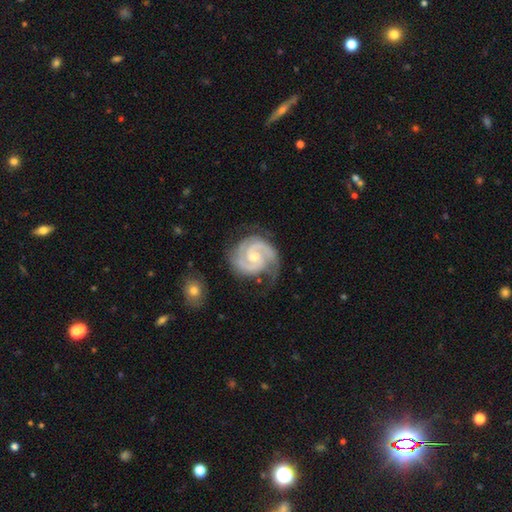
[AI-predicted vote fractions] Smooth or featured: featured or disk — 93% (star or artifact — 4%)
Edge-on disk: no — 98% (yes — 2%)
Bar: no — 53% (weak — 38%)
Spiral arms: yes — 99% (no — 1%)
Spiral winding: tight — 60% (medium — 36%)
Spiral arm count: 2 — 80% (3 — 12%)
Bulge size: moderate — 56% (small — 39%)
Merging: none — 69% (minor disturbance — 22%)